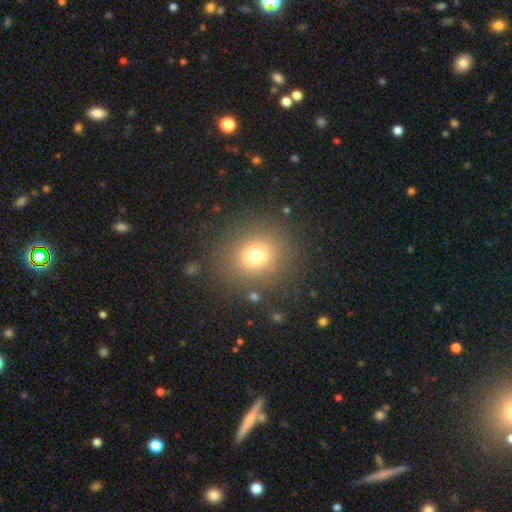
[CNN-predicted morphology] A smooth galaxy with no disk features (71%) that is round (81%).

Vote fractions:
- Smooth or featured? smooth: 71% / star or artifact: 17% / featured or disk: 12%
- How rounded? round: 81% / in between: 18% / cigar-shaped: 1%
- Merging? none: 84% / minor disturbance: 9% / major disturbance: 5% / merger: 2%